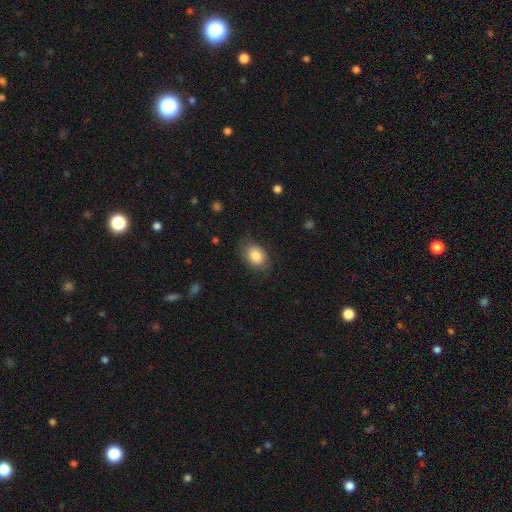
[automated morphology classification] A smooth galaxy with no disk features (84%) that is in between round and cigar-shaped (74%).

Vote fractions:
- Smooth or featured? smooth: 84% / featured or disk: 9% / star or artifact: 7%
- How rounded? in between: 74% / round: 25% / cigar-shaped: 1%
- Merging? none: 74% / minor disturbance: 20% / major disturbance: 5% / merger: 1%